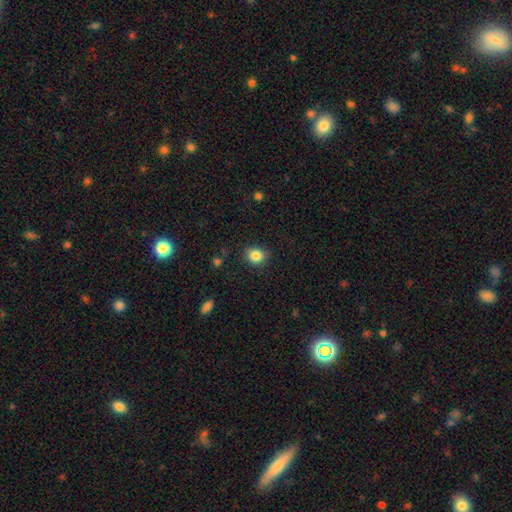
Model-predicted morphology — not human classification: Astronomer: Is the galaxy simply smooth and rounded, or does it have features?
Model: smooth — 84%.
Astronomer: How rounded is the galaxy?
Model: round — 74%.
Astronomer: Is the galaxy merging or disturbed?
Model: none — 86%.